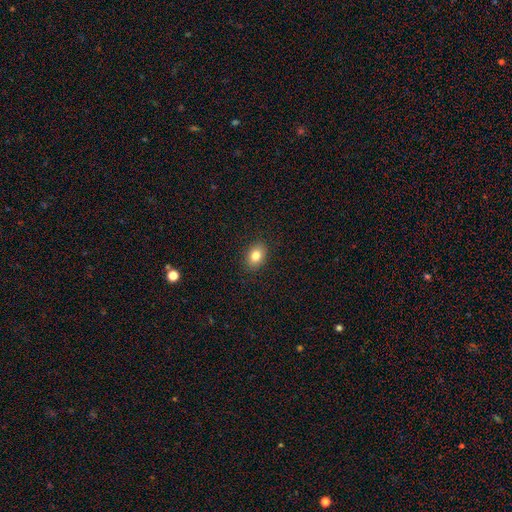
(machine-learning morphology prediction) Smooth or featured? smooth (82%)
How rounded? in between (75%)
Merging? none (90%)